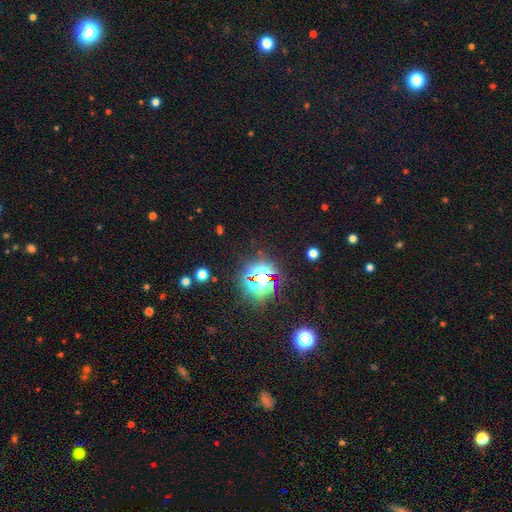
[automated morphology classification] star or artifact 73%, smooth 20%, featured or disk 6%.